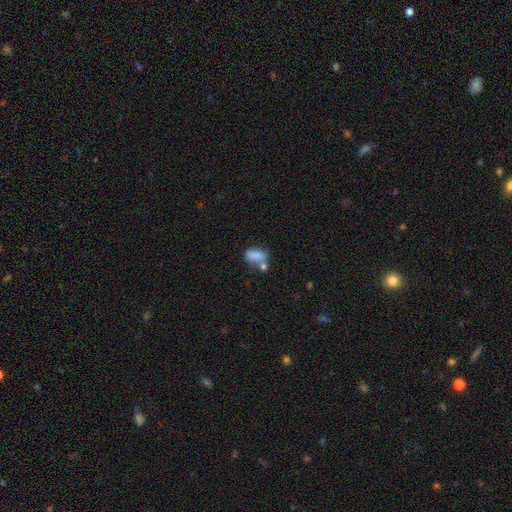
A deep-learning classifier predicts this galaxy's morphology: This appears to be a smooth galaxy with no disk features (80%) that is in between round and cigar-shaped (86%). Merging: none (40%).